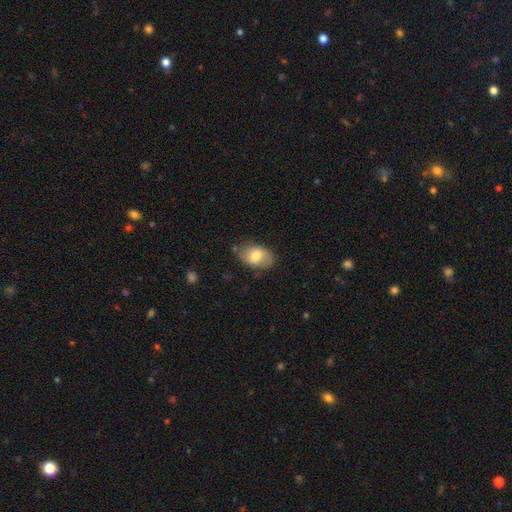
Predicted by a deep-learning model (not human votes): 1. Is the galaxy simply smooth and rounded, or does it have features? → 70% smooth, 23% featured or disk, 7% star or artifact.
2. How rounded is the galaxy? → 88% in between, 10% round, 1% cigar-shaped.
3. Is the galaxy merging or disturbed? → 74% none, 19% minor disturbance, 5% major disturbance, 2% merger.